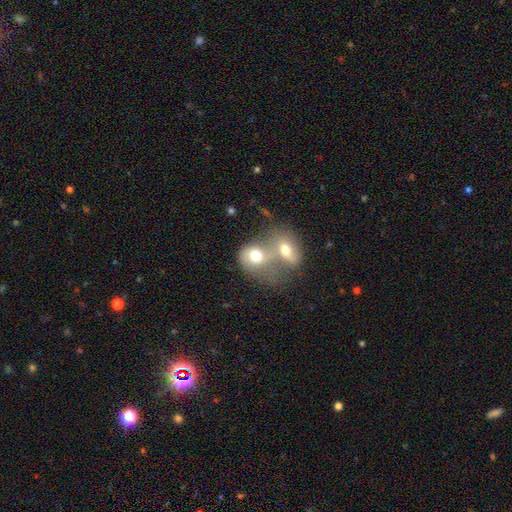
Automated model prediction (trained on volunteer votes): smooth-or-featured: smooth: 66% | featured or disk: 25% | star or artifact: 9%
  how-rounded: in between: 51% | round: 48% | cigar-shaped: 1%
  merging: merger: 77% | none: 10% | major disturbance: 8% | minor disturbance: 5%